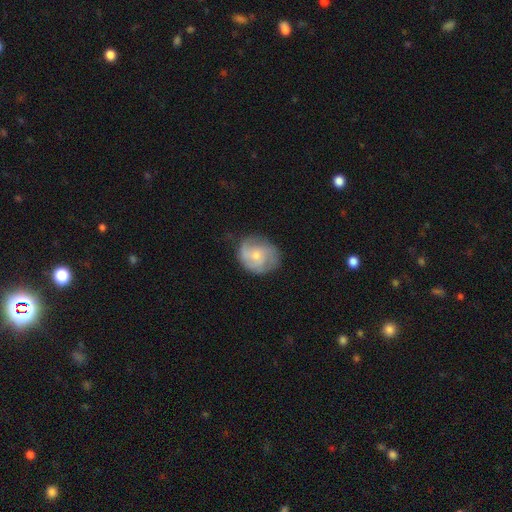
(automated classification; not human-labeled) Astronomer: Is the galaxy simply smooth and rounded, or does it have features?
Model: featured or disk — 68%.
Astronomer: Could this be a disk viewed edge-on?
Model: no — 98%.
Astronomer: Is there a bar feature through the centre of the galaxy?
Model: no — 71%.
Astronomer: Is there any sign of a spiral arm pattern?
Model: yes — 92%.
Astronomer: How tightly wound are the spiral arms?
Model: medium — 46% (runner-up: tight, 36%).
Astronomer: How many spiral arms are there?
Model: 3 — 35% (runner-up: 2, 30%).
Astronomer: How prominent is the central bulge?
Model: small — 60% (runner-up: moderate, 36%).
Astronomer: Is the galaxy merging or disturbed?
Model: none — 73%.